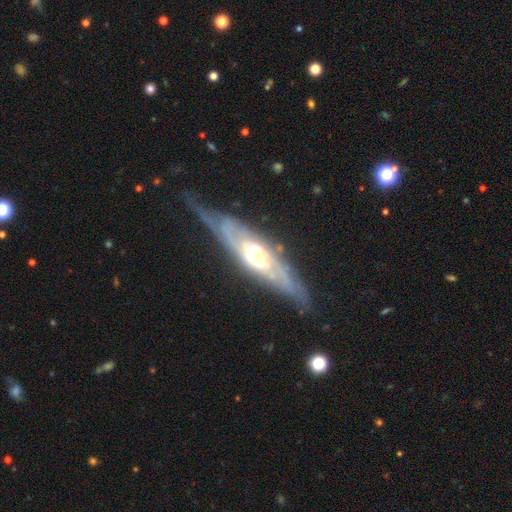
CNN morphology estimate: smooth_or_featured: featured or disk (p=0.83) [alt: smooth p=0.12]
disk_edge_on: no (p=0.55) [alt: yes p=0.45]
merging: none (p=0.64) [alt: minor disturbance p=0.23]